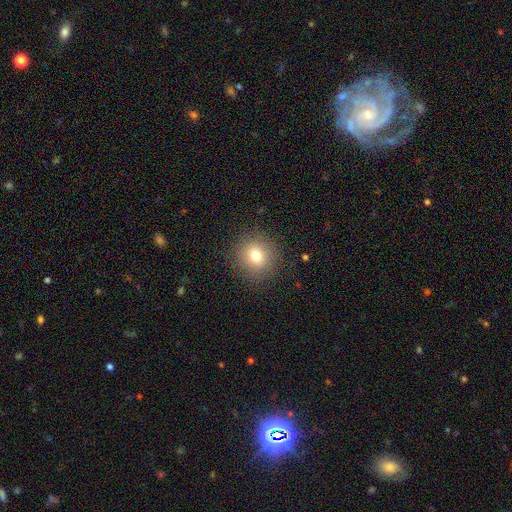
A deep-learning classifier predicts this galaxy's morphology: Q: Smooth or featured?
A: smooth (77%); runner-up: star or artifact (13%)
Q: How rounded?
A: round (91%); runner-up: in between (9%)
Q: Merging?
A: none (89%); runner-up: minor disturbance (7%)